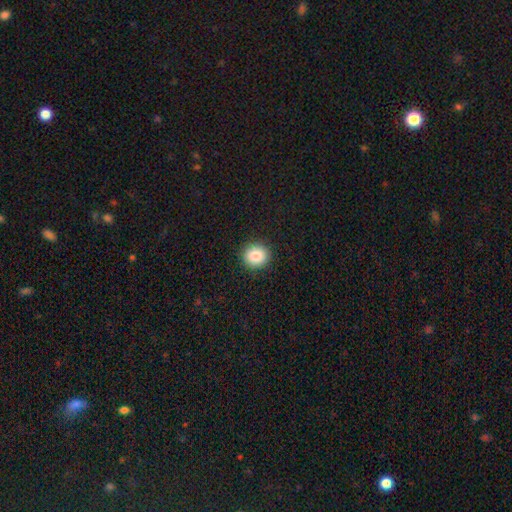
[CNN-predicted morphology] Overall: smooth (86%). How rounded: round (88%). Merging: none (91%).